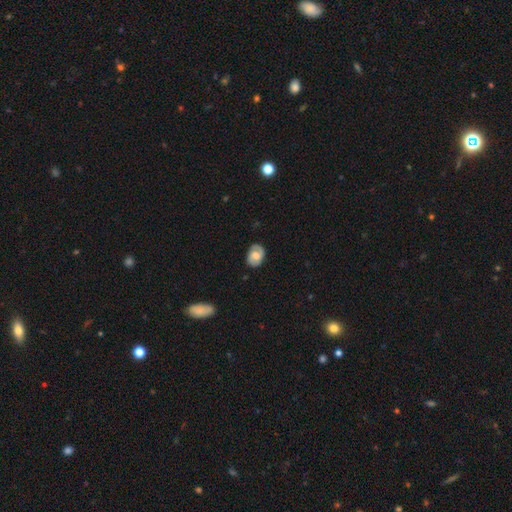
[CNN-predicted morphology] type=featured or disk (56%); edge-on=no (96%); bar=no (52%); spiral arms=yes (82%); bulge=moderate (59%); merging=none (79%).